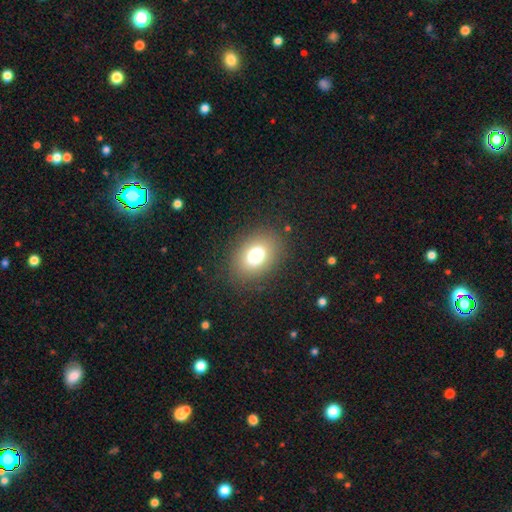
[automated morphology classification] Smooth or featured? smooth (78%)
How rounded? in between (76%)
Merging? none (84%)